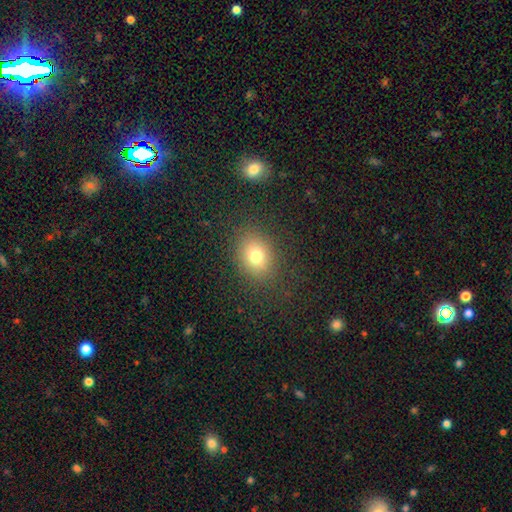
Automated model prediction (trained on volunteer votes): Morphology: type=smooth (75%); roundness=round (50%); merging=none (85%).